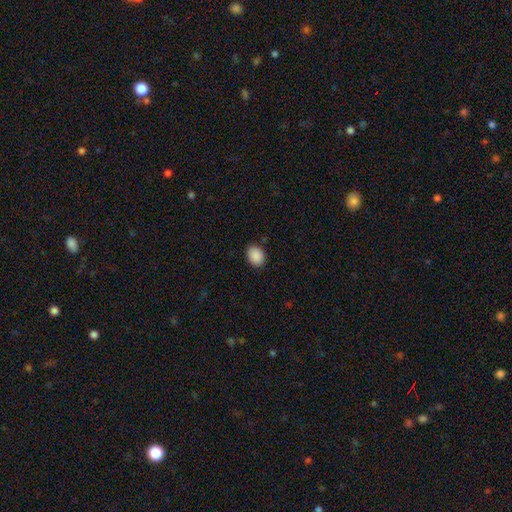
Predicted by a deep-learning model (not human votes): smooth-or-featured: smooth: 90% | star or artifact: 8% | featured or disk: 3%
  how-rounded: in between: 63% | round: 36% | cigar-shaped: 1%
  merging: none: 87% | minor disturbance: 9% | major disturbance: 2% | merger: 1%